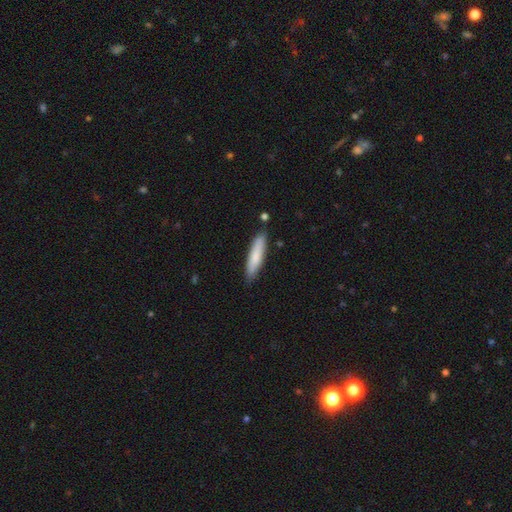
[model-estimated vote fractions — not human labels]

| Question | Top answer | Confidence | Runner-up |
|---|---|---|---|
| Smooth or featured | smooth | 79% | featured or disk (16%) |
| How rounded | cigar-shaped | 82% | in between (17%) |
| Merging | none | 84% | minor disturbance (12%) |